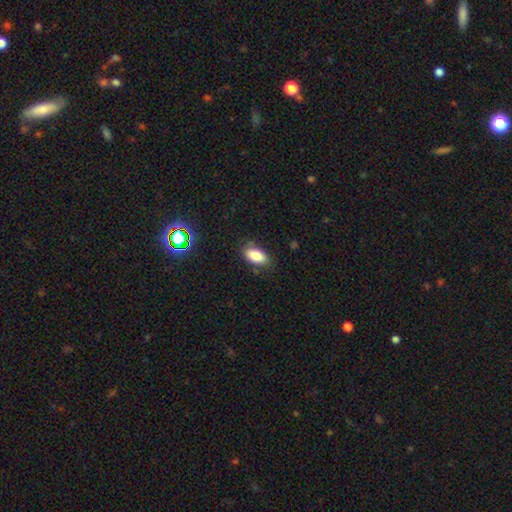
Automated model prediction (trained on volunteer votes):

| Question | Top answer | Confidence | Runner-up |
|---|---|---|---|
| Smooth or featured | smooth | 82% | featured or disk (9%) |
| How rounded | in between | 92% | round (5%) |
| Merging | none | 79% | minor disturbance (15%) |